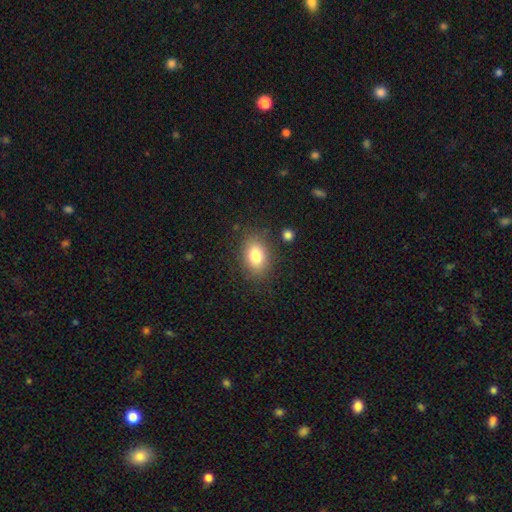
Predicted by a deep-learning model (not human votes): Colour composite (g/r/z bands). It shows a smooth galaxy with no disk features (81%) that is in between round and cigar-shaped (78%). Merging: none (82%).